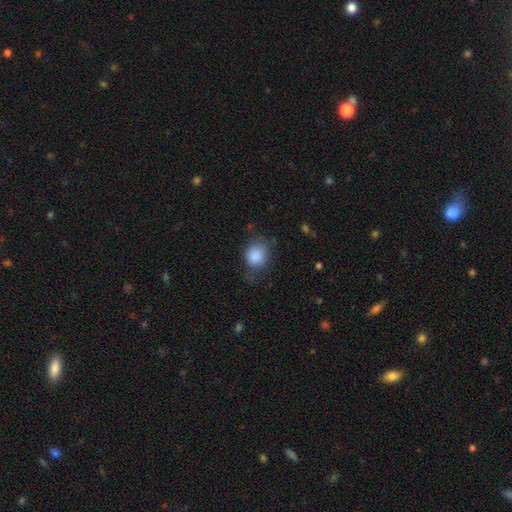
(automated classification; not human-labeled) Overall: smooth (86%). How rounded: round (63%; in between 36%). Merging: none (59%; minor disturbance 28%).